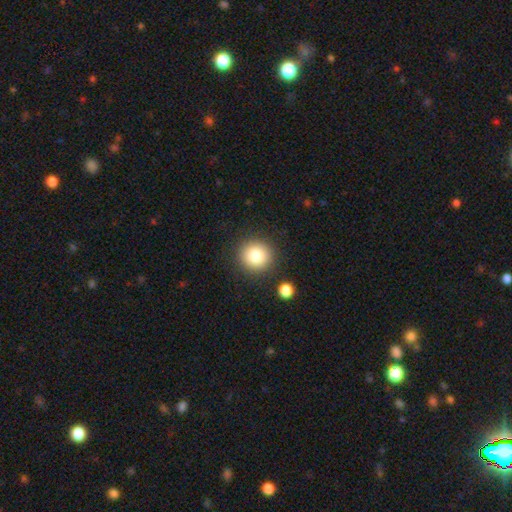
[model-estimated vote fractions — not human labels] Smooth or featured? smooth (83%)
How rounded? round (92%)
Merging? none (88%)